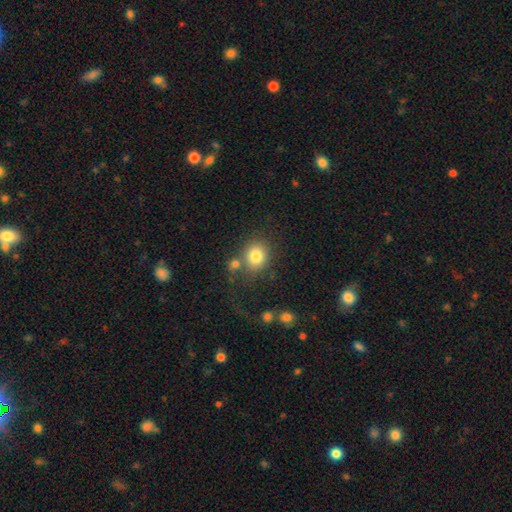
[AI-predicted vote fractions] Overall: smooth (81%). How rounded: round (75%). Merging: none (66%).